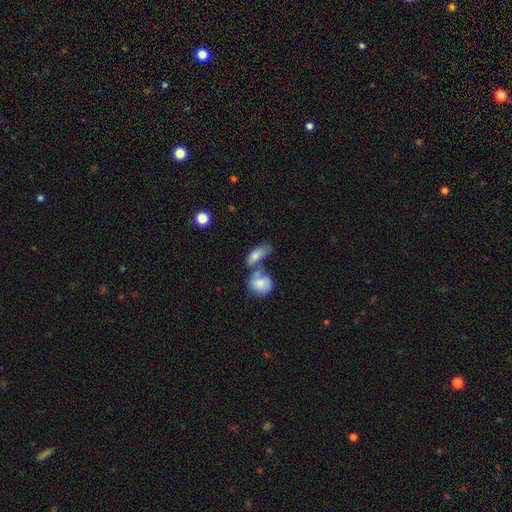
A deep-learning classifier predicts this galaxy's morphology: Smooth or featured? smooth (75%)
How rounded? in between (77%)
Merging? merger (46%)